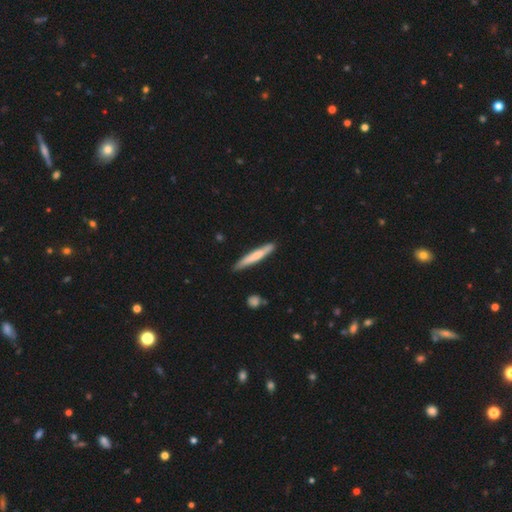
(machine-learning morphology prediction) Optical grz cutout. It shows a smooth galaxy with no disk features (65%) that is cigar-shaped (94%). Merging: none (84%).